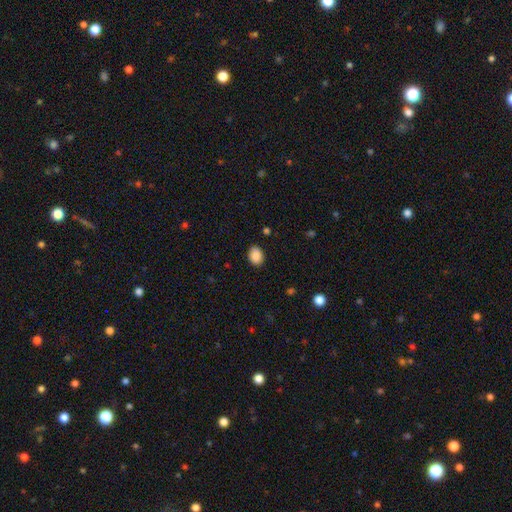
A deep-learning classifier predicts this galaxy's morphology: Overall: smooth (89%). How rounded: in between (65%; round 34%). Merging: none (88%).